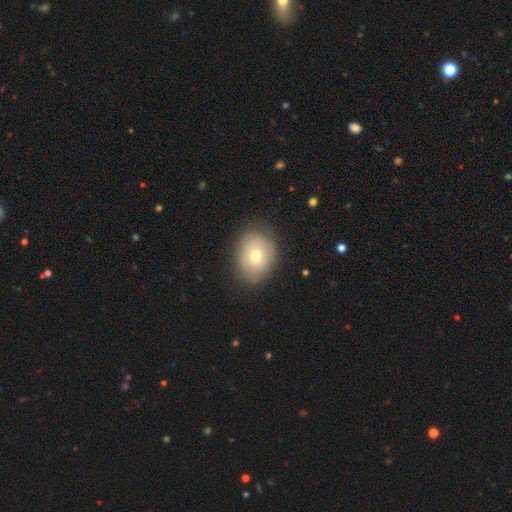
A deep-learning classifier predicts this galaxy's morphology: A smooth galaxy with no disk features (71%) that is in between round and cigar-shaped (54%).

Vote fractions:
- Smooth or featured? smooth: 71% / featured or disk: 20% / star or artifact: 9%
- How rounded? in between: 54% / round: 45% / cigar-shaped: 1%
- Merging? none: 81% / minor disturbance: 14% / major disturbance: 4% / merger: 1%